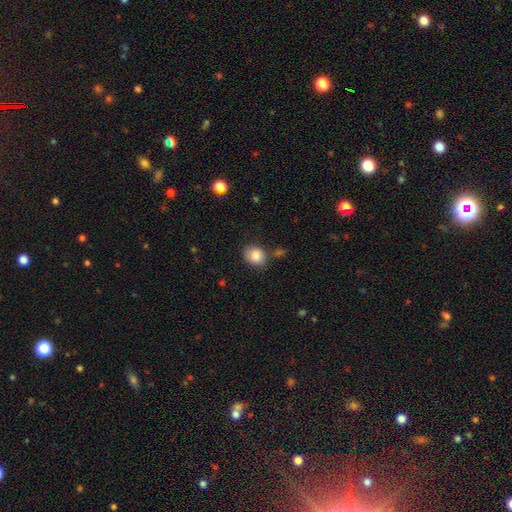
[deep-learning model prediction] Overall: smooth (86%). How rounded: round (54%; in between 45%). Merging: none (68%).